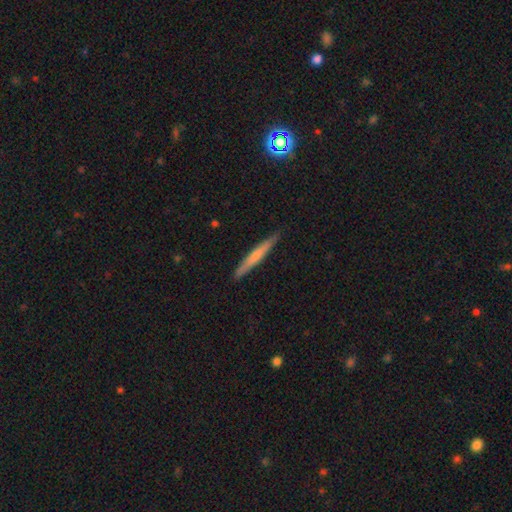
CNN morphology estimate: A smooth galaxy with no disk features (55%) that is cigar-shaped (96%). Merging: none (90%).